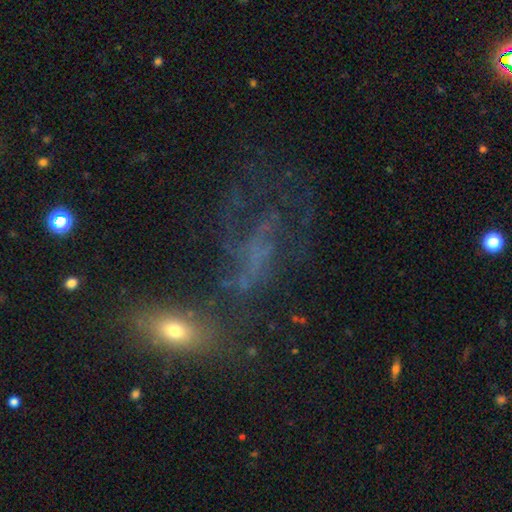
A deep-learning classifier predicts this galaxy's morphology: A featured or disk galaxy (49%).

Vote fractions:
- Smooth or featured? featured or disk: 49% / smooth: 27% / star or artifact: 24%
- Merging? none: 37% / major disturbance: 36% / minor disturbance: 17% / merger: 10%